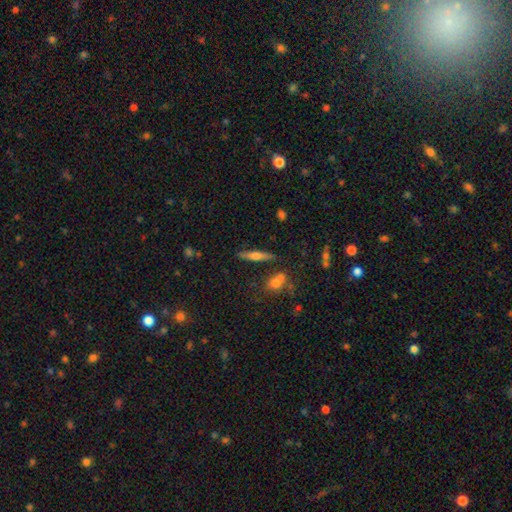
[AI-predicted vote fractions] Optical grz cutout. It shows a smooth galaxy with no disk features (48%). Merging: none (81%).